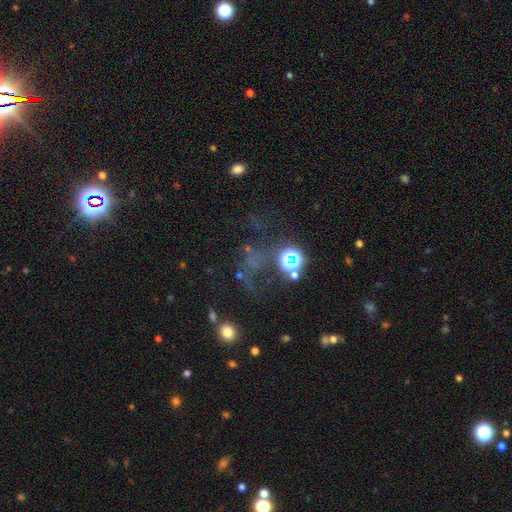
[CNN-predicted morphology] A star or artifact, not a galaxy (59%).